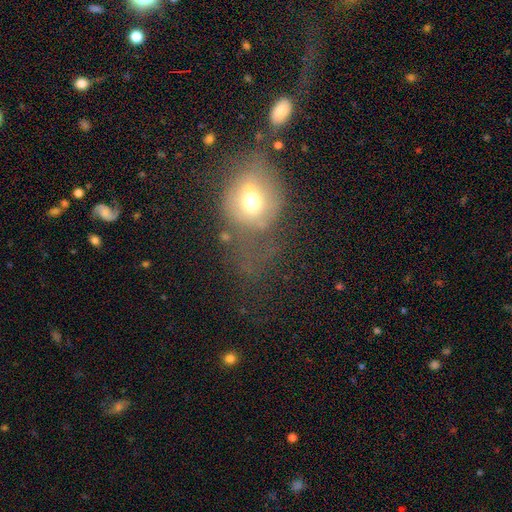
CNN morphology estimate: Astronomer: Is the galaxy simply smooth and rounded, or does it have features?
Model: smooth — 49% (runner-up: featured or disk, 31%).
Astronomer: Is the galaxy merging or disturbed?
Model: none — 36% (runner-up: major disturbance, 30%).